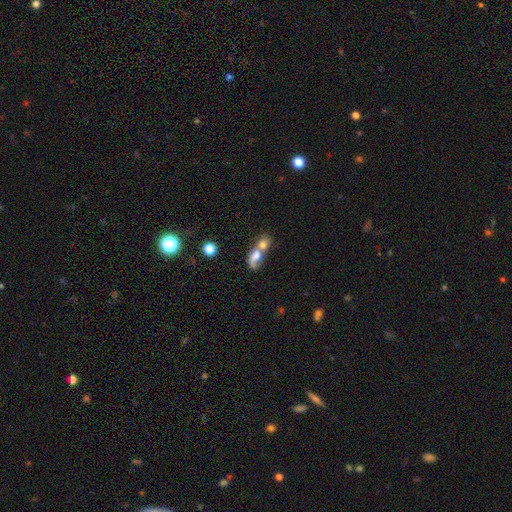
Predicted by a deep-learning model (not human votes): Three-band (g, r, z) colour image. It shows a smooth galaxy with no disk features (64%) that is in between round and cigar-shaped (58%). Merging: merger (75%).